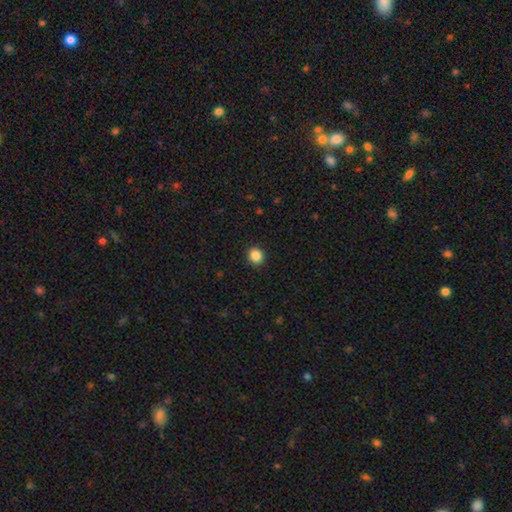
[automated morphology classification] Smooth or featured?
  - smooth: 87% *
  - star or artifact: 10%
  - featured or disk: 3%
How rounded?
  - round: 81% *
  - in between: 18%
  - cigar-shaped: 1%
Merging?
  - none: 92% *
  - minor disturbance: 5%
  - major disturbance: 2%
  - merger: 1%